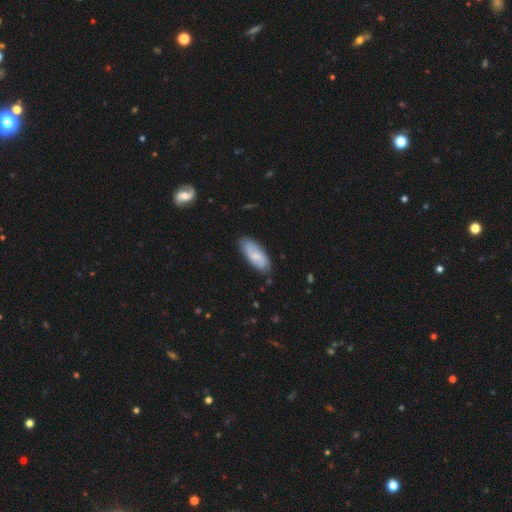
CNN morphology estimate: This appears to be a smooth galaxy with no disk features (59%) that is in between round and cigar-shaped (78%). Merging: none (82%).